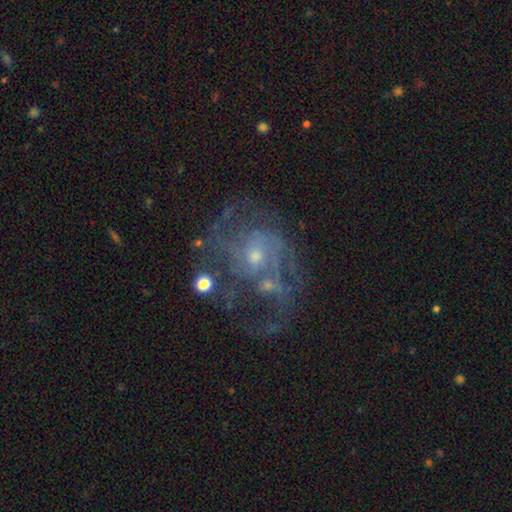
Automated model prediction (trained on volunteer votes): Smooth or featured? featured or disk (78%)
Edge-on disk? no (98%)
Bar? no (68%)
Spiral arms? yes (82%)
Spiral winding? medium (45%)
Spiral arm count? can't tell (34%)
Bulge size? small (65%)
Merging? none (50%)